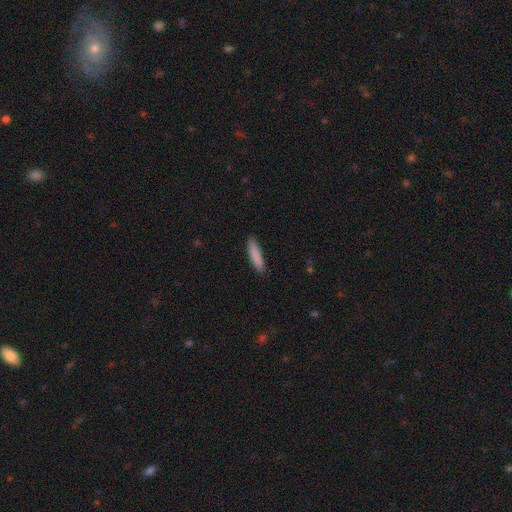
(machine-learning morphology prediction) smooth_or_featured: smooth (p=0.87) [alt: featured or disk p=0.07]
how_rounded: cigar-shaped (p=0.78) [alt: in between p=0.21]
merging: none (p=0.89) [alt: minor disturbance p=0.08]